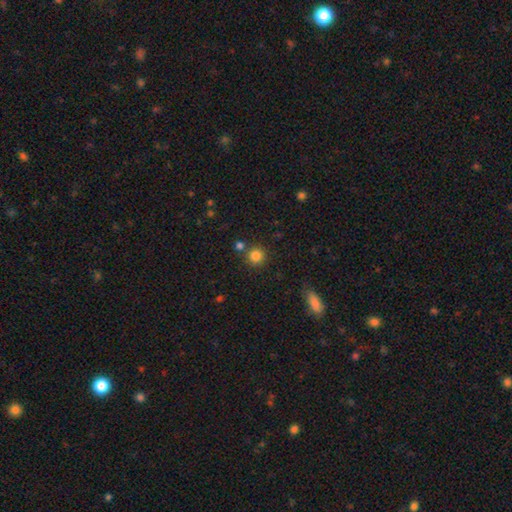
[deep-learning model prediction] Morphology: type=smooth (83%); roundness=round (93%); merging=none (79%).